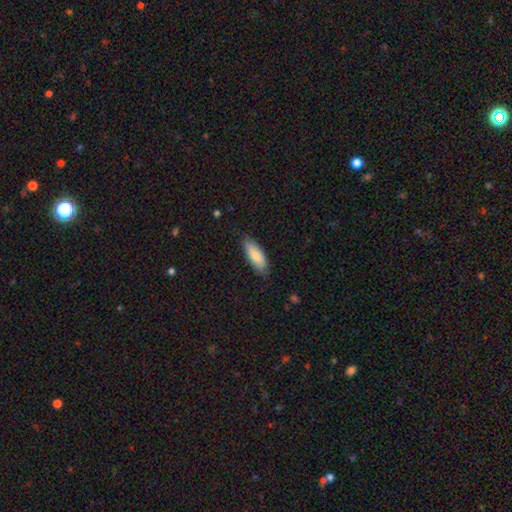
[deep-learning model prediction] Smooth or featured: smooth — 79% (featured or disk — 15%)
How rounded: in between — 71% (cigar-shaped — 27%)
Merging: none — 77% (minor disturbance — 18%)